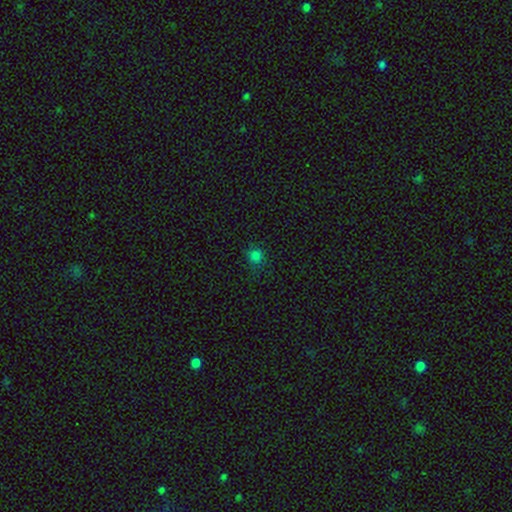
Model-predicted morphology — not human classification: smooth_or_featured: smooth (p=0.77) [alt: star or artifact p=0.19]
how_rounded: round (p=0.88) [alt: in between p=0.11]
merging: none (p=0.81) [alt: minor disturbance p=0.14]